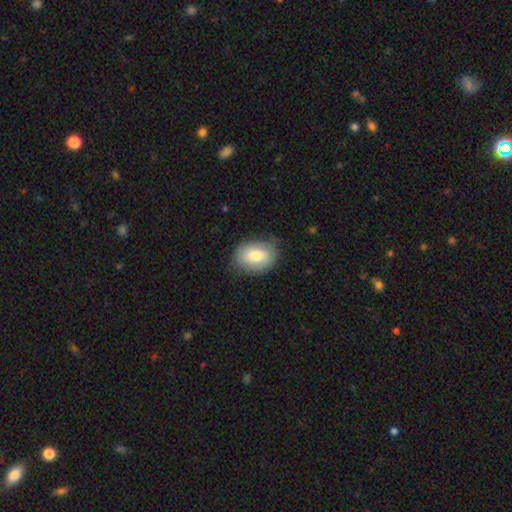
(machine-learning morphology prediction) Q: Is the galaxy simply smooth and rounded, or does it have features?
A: smooth — 73%.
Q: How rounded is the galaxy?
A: in between — 72%.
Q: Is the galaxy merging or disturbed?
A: none — 74%.